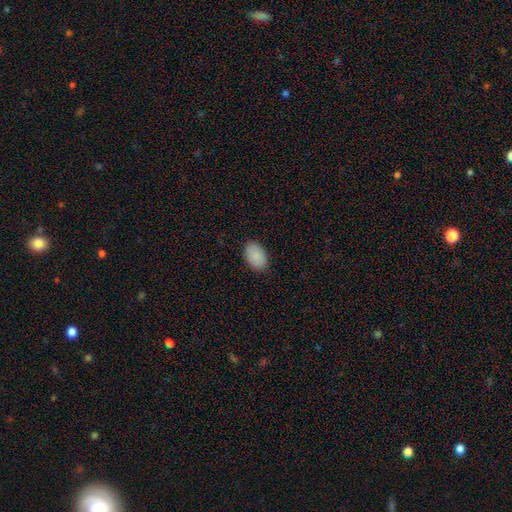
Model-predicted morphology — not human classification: This is clearly a smooth galaxy (90%). How rounded: clearly in between (92%). Merging: clearly none (88%).